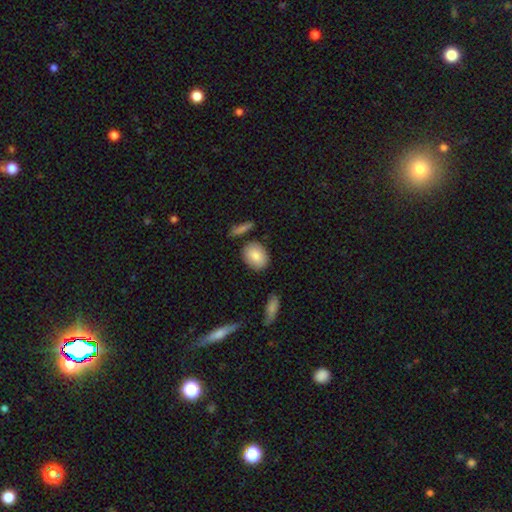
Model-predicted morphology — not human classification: This is clearly a smooth galaxy (84%). How rounded: likely in between (63%). Merging: clearly none (81%).